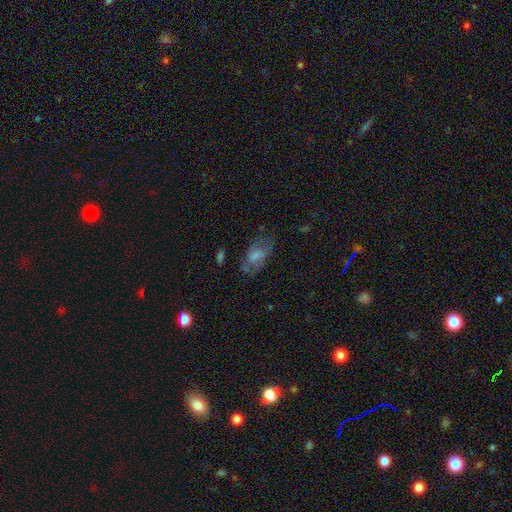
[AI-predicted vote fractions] Smooth or featured: smooth — 43% (featured or disk — 42%)
Merging: none — 63% (minor disturbance — 21%)